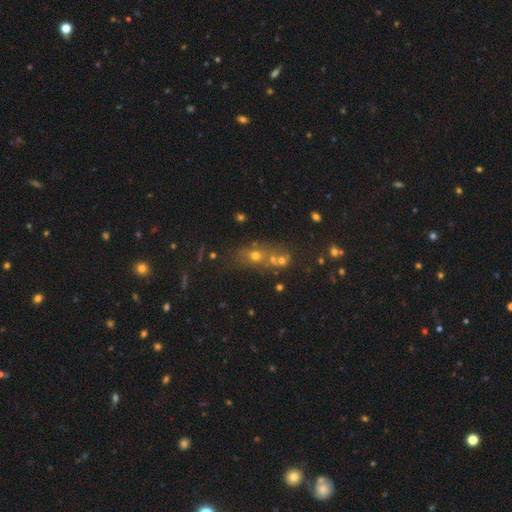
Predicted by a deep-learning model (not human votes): The model was most divided on "merging": none: 48%, merger: 35%, minor disturbance: 11%, major disturbance: 6%. More confident: how rounded — round (56%); smooth or featured — smooth (53%).